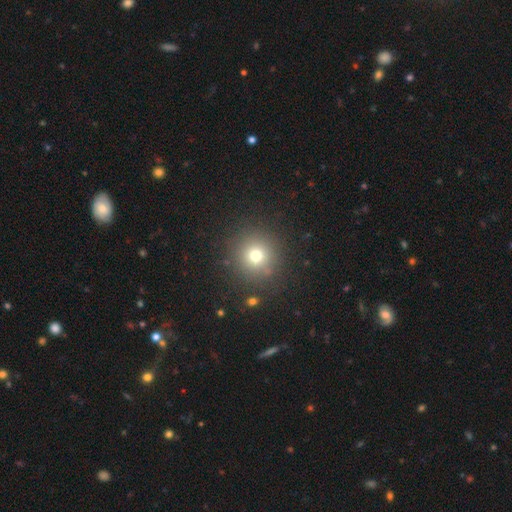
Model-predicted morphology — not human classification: This is likely a smooth galaxy (73%). How rounded: clearly round (95%). Merging: clearly none (88%).